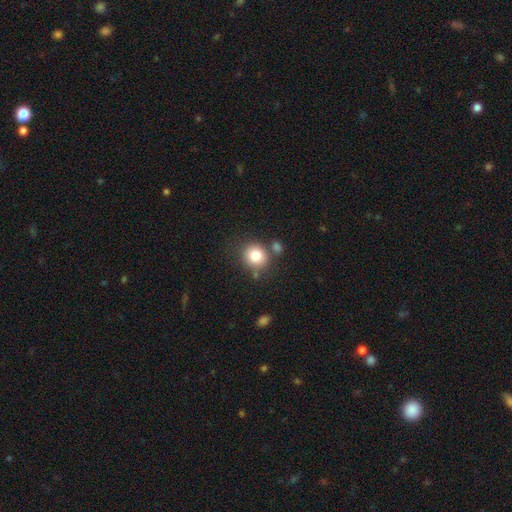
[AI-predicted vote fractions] smooth 81%, star or artifact 10%, featured or disk 9%. Down the decision tree: how rounded — round (87%); merging — none (72%).